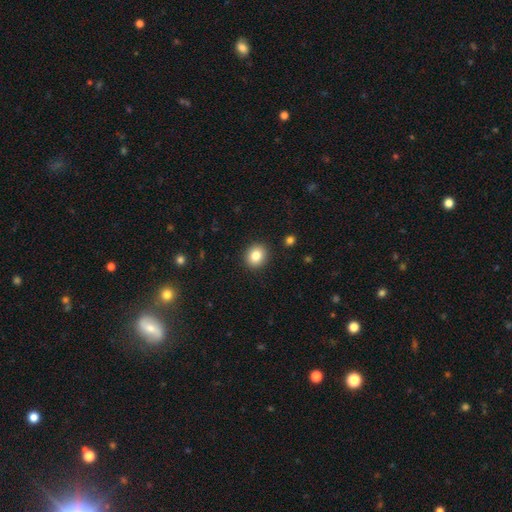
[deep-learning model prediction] This is clearly a smooth galaxy (83%). How rounded: likely round (77%). Merging: clearly none (91%).